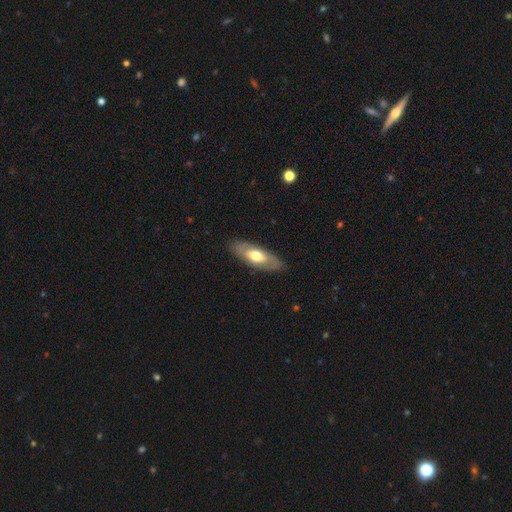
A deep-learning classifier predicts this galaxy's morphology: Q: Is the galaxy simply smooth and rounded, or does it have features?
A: smooth — 50%.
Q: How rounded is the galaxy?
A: in between — 74%.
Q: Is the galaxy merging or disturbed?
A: none — 84%.